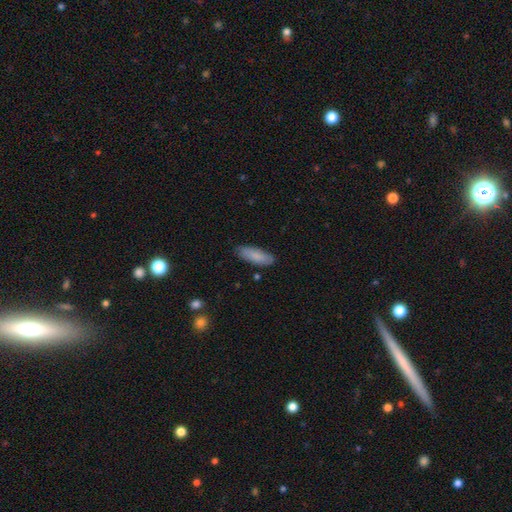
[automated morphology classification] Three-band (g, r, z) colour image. It shows a smooth galaxy with no disk features (85%) that is in between round and cigar-shaped (60%). Merging: none (84%).